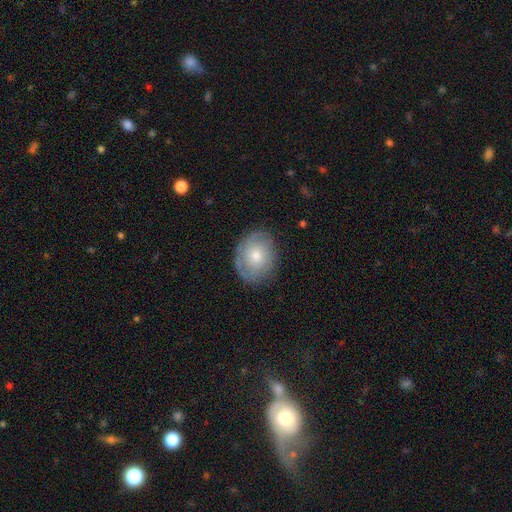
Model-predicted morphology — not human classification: smooth-or-featured: featured or disk: 48% | smooth: 44% | star or artifact: 8%
  merging: none: 77% | minor disturbance: 17% | major disturbance: 5% | merger: 1%